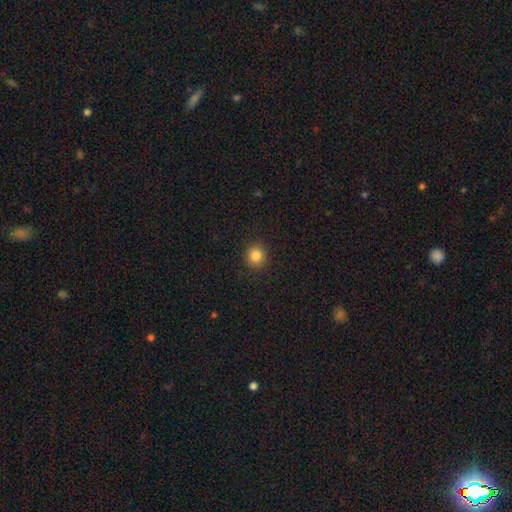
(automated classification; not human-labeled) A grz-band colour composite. It shows a smooth galaxy with no disk features (84%) that is round (90%). Merging: none (92%).